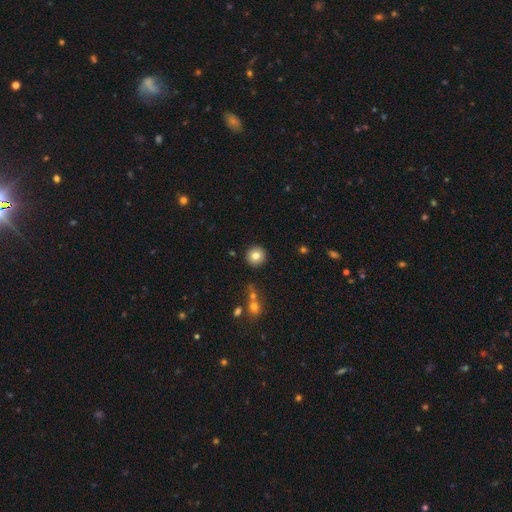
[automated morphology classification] smooth-or-featured: smooth: 81% | star or artifact: 10% | featured or disk: 9%
  how-rounded: round: 94% | in between: 5% | cigar-shaped: 1%
  merging: none: 91% | minor disturbance: 5% | merger: 2% | major disturbance: 2%